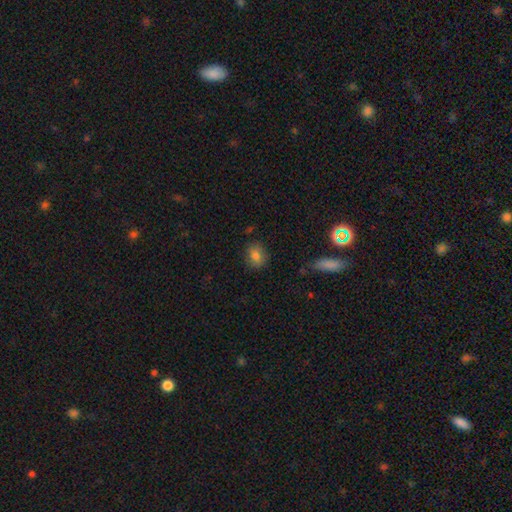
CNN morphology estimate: smooth-or-featured: smooth: 82% | star or artifact: 10% | featured or disk: 8%
  how-rounded: round: 57% | in between: 41% | cigar-shaped: 1%
  merging: none: 81% | minor disturbance: 14% | major disturbance: 3% | merger: 2%